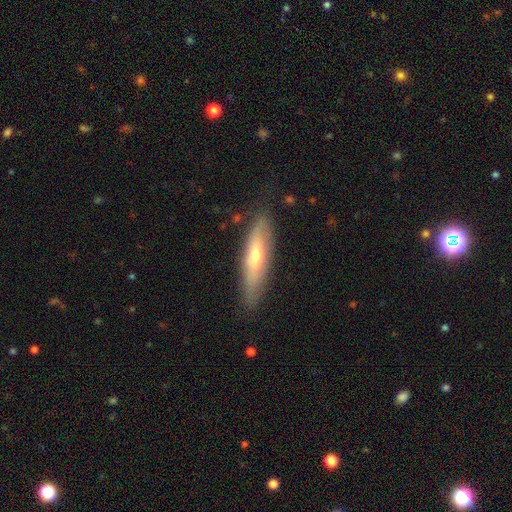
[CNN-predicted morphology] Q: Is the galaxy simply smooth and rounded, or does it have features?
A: smooth — 50%.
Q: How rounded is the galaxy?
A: cigar-shaped — 72%.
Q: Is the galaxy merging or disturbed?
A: none — 80%.